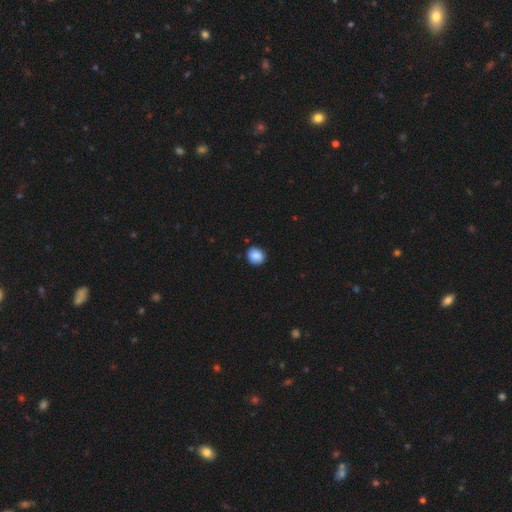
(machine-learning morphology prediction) Smooth or featured: smooth — 87% (star or artifact — 8%)
How rounded: round — 76% (in between — 23%)
Merging: none — 87% (minor disturbance — 10%)